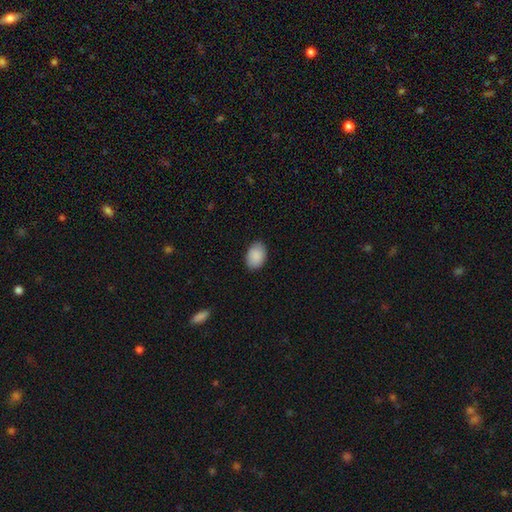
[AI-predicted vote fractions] smooth 90%, star or artifact 6%, featured or disk 4%. Down the decision tree: how rounded — in between (85%); merging — none (83%).